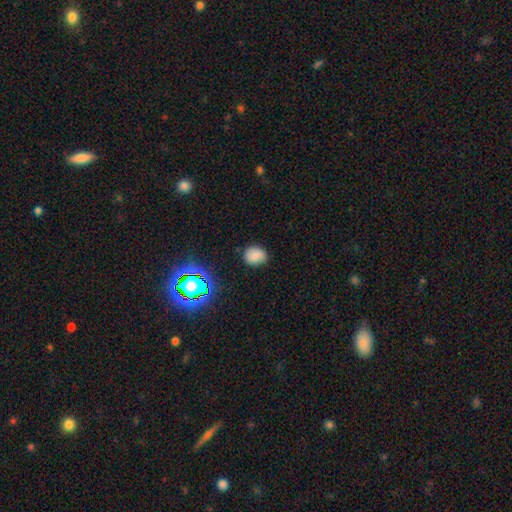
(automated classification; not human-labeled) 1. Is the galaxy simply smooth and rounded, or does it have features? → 75% smooth, 14% star or artifact, 11% featured or disk.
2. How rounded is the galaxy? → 60% round, 39% in between, 1% cigar-shaped.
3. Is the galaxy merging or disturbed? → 80% none, 16% minor disturbance, 3% major disturbance, 1% merger.